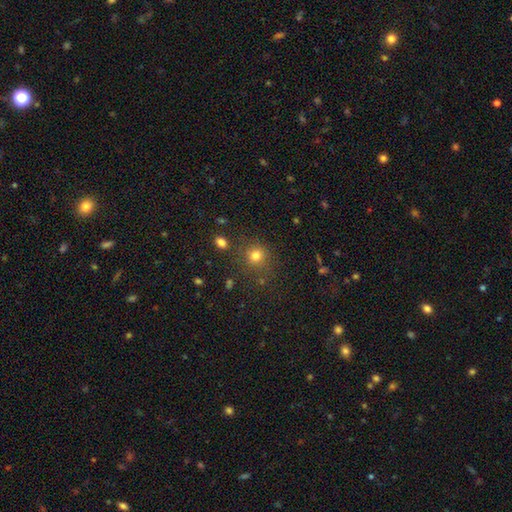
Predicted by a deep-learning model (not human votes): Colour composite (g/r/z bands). It shows a smooth galaxy with no disk features (78%) that is round (87%). Merging: none (80%).